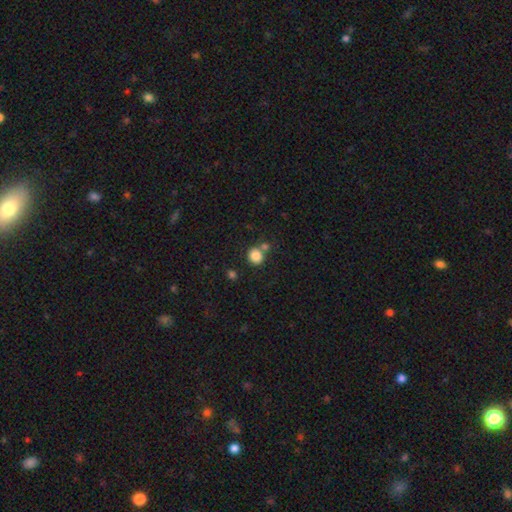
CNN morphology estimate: Smooth or featured? smooth (84%)
How rounded? round (82%)
Merging? none (66%)